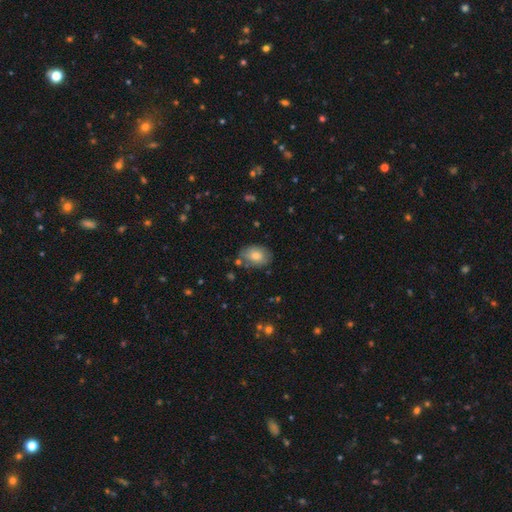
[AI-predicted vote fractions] Overall: smooth (75%). How rounded: in between (78%). Merging: none (72%).